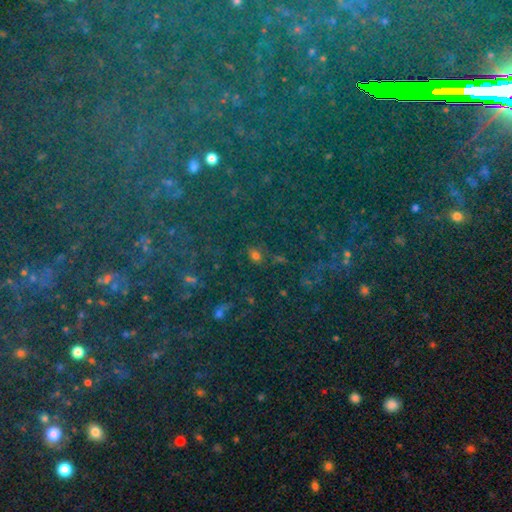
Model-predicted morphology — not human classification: Smooth or featured? smooth (50%)
Merging? none (76%)